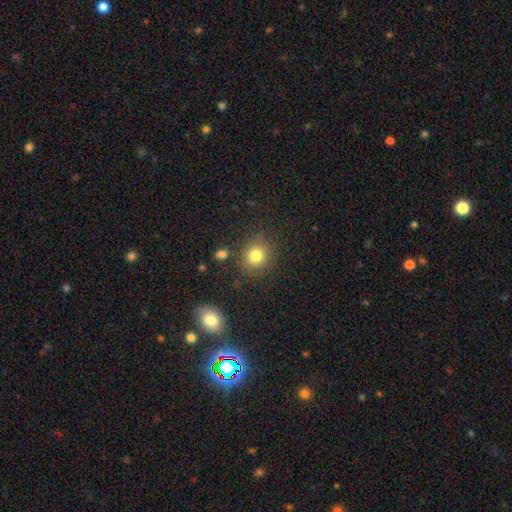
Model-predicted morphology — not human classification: Smooth or featured?
  - smooth: 81% *
  - star or artifact: 12%
  - featured or disk: 7%
How rounded?
  - round: 82% *
  - in between: 17%
  - cigar-shaped: 1%
Merging?
  - none: 83% *
  - minor disturbance: 10%
  - merger: 4%
  - major disturbance: 3%